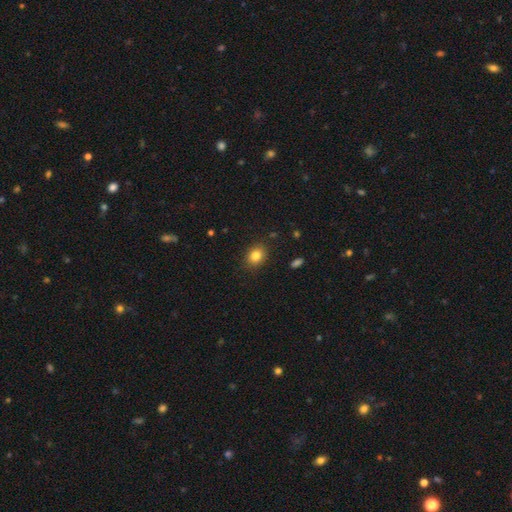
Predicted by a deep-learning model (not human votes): The model was most divided on "how rounded": in between: 53%, round: 46%, cigar-shaped: 1%. More confident: merging — none (87%); smooth or featured — smooth (83%).